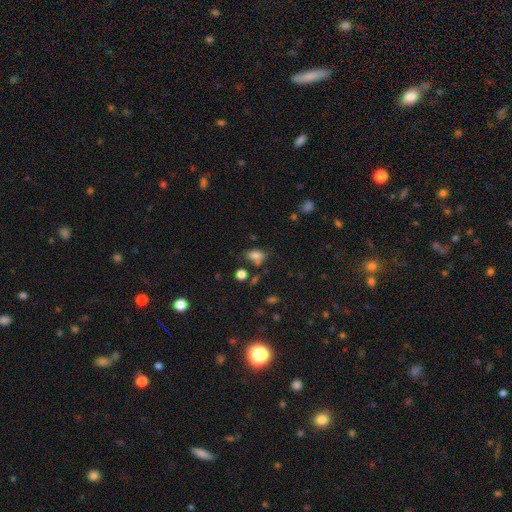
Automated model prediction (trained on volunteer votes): Smooth or featured? Predicted: smooth (p=0.75). How rounded? Predicted: in between (p=0.81). Merging? Predicted: none (p=0.51).